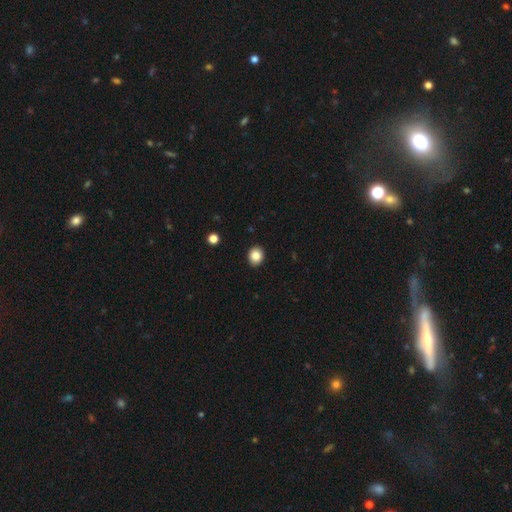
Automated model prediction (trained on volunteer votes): Smooth or featured: smooth — 85% (star or artifact — 9%)
How rounded: round — 59% (in between — 40%)
Merging: none — 91% (minor disturbance — 6%)